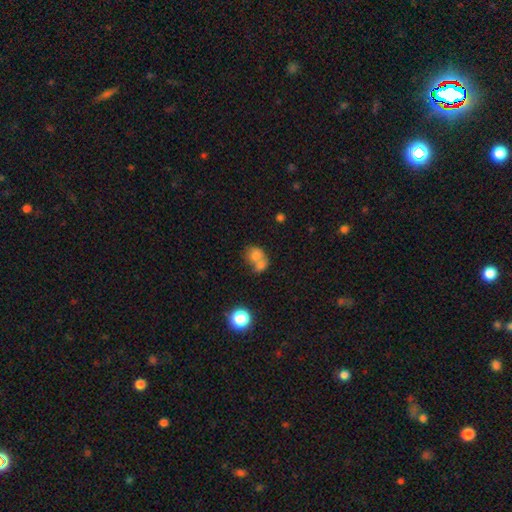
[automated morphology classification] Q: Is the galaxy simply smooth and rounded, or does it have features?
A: smooth — 73%.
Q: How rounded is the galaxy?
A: round — 58%.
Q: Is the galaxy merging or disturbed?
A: merger — 63%.